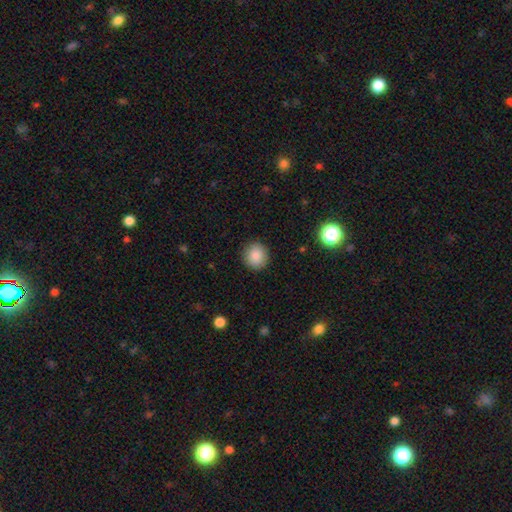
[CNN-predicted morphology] Smooth or featured: smooth — 86% (star or artifact — 9%)
How rounded: round — 89% (in between — 10%)
Merging: none — 90% (minor disturbance — 7%)